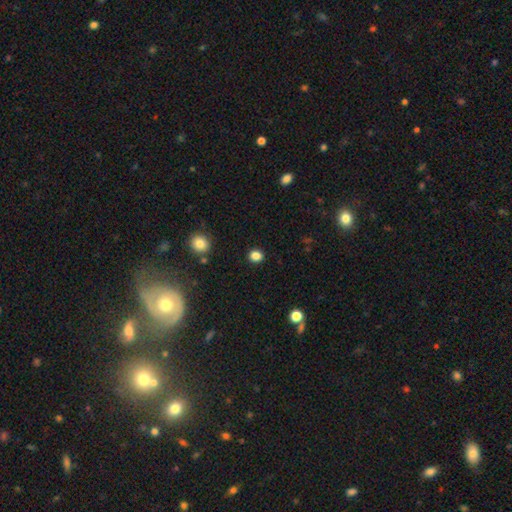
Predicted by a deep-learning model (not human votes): This is clearly a smooth galaxy (85%). How rounded: likely round (74%). Merging: clearly none (90%).